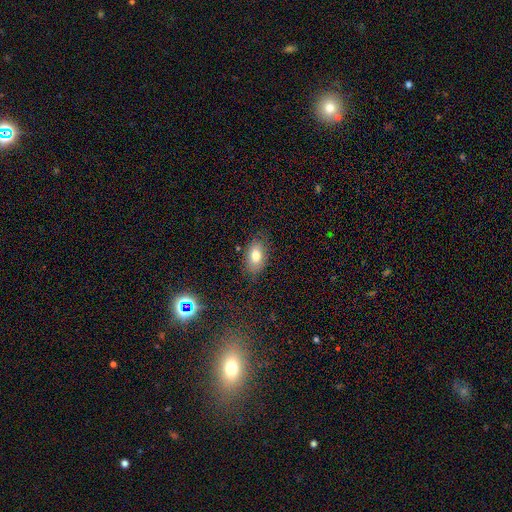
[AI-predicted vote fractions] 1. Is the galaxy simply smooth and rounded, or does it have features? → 76% smooth, 14% featured or disk, 10% star or artifact.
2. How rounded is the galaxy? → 88% in between, 10% round, 2% cigar-shaped.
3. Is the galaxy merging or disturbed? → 81% none, 14% minor disturbance, 4% major disturbance, 1% merger.